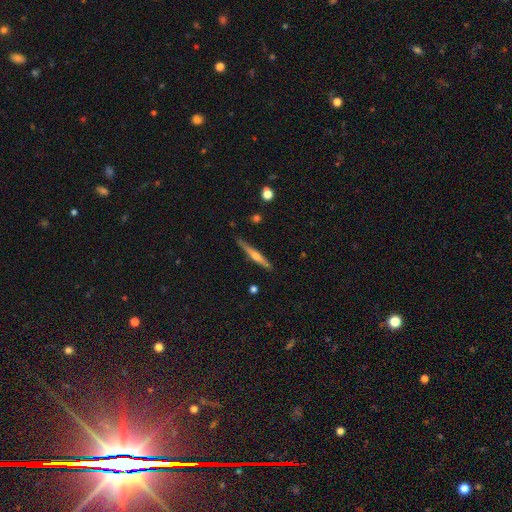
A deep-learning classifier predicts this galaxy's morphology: This is likely a featured or disk galaxy (63%). It is clearly viewed edge-on (97%). Edge-on bulge: clearly rounded (83%). Merging: clearly none (85%).